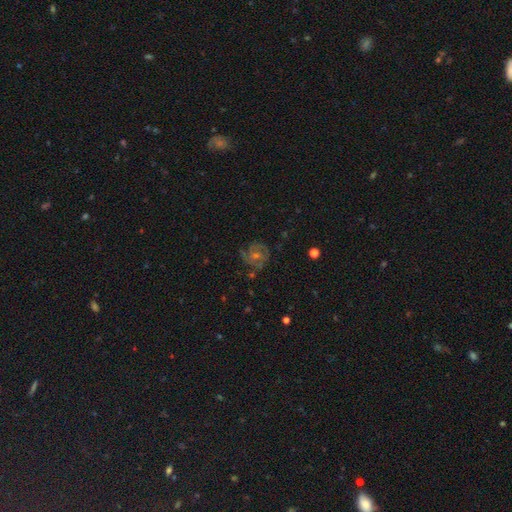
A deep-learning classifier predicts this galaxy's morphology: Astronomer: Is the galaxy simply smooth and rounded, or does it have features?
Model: featured or disk — 72%.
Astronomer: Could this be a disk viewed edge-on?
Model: no — 97%.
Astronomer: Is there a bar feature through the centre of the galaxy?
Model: no — 65%.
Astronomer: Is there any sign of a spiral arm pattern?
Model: yes — 92%.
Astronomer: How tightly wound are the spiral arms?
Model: tight — 56% (runner-up: medium, 37%).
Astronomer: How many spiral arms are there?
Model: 2 — 42% (runner-up: can't tell, 22%).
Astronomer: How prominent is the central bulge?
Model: small — 47% (runner-up: moderate, 46%).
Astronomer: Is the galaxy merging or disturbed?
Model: none — 77%.